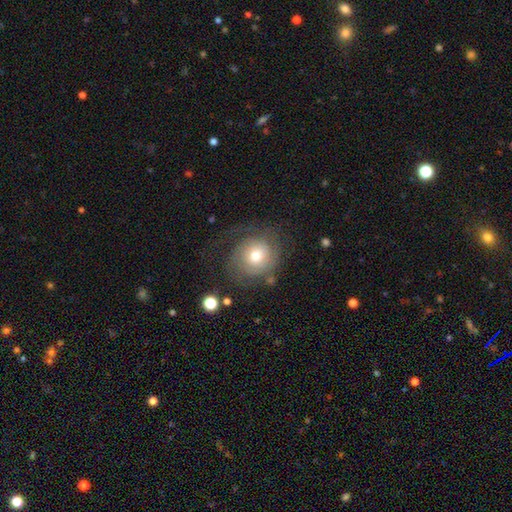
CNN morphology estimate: Smooth or featured? Predicted: smooth (p=0.50). Merging? Predicted: none (p=0.55).